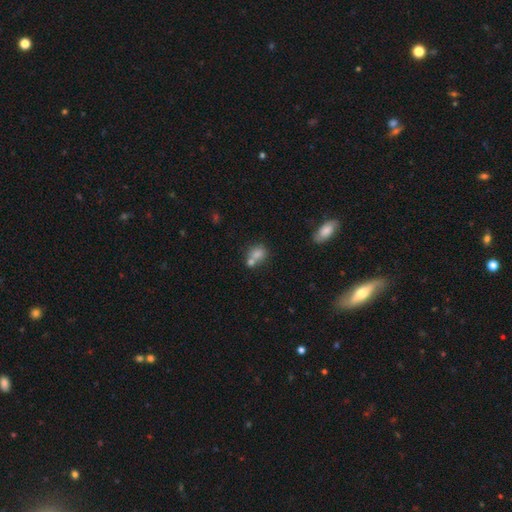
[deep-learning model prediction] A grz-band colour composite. It shows a smooth galaxy with no disk features (77%) that is round (51%). Merging: merger (48%).